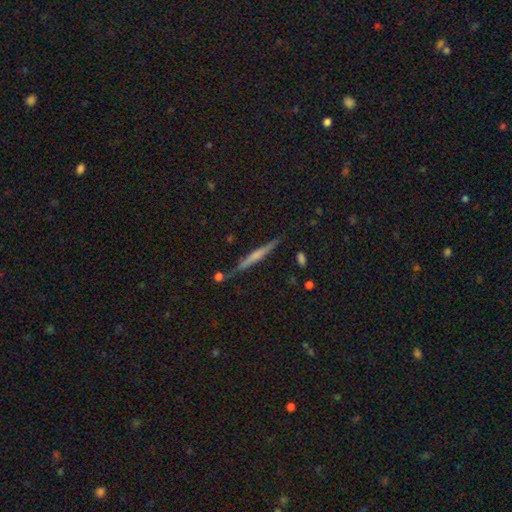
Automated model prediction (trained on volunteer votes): A featured or disk galaxy (56%) viewed edge-on (97%) with no central bulge (48%).

Vote fractions:
- Smooth or featured? featured or disk: 56% / smooth: 37% / star or artifact: 7%
- Edge-on disk? yes: 97% / no: 3%
- Edge-on bulge? none: 48% / rounded: 36% / boxy: 16%
- Merging? none: 80% / minor disturbance: 13% / merger: 4% / major disturbance: 3%